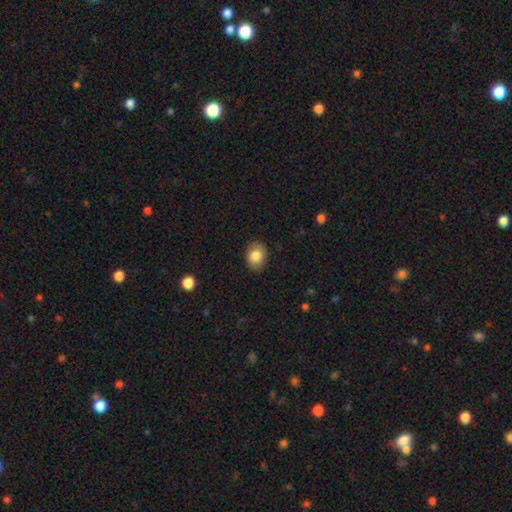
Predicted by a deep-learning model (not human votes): Smooth or featured? smooth (83%)
How rounded? in between (62%)
Merging? none (87%)